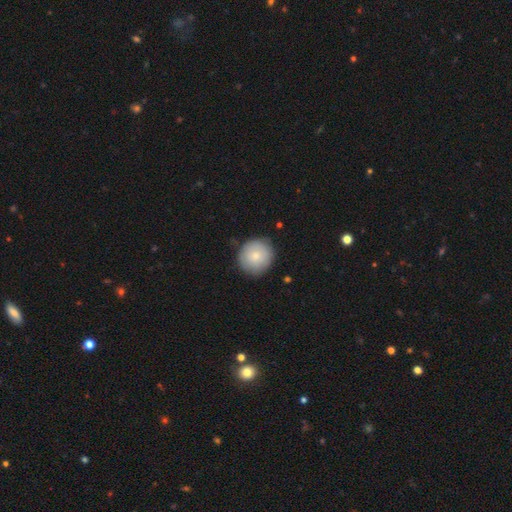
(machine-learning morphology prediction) smooth-or-featured: smooth: 78% | featured or disk: 15% | star or artifact: 7%
  how-rounded: round: 91% | in between: 8% | cigar-shaped: 1%
  merging: none: 83% | minor disturbance: 13% | major disturbance: 3% | merger: 1%